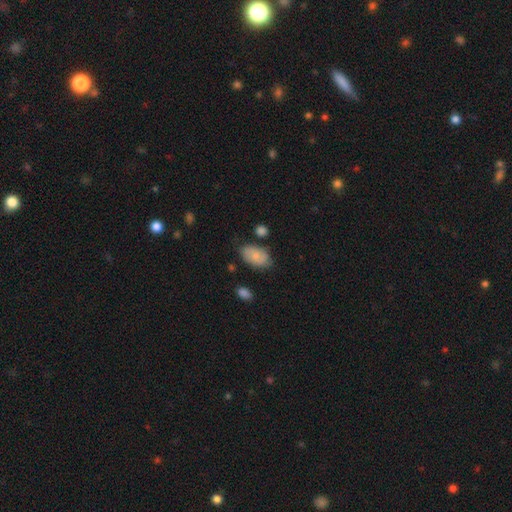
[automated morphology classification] The model was most divided on "merging": none: 67%, minor disturbance: 23%, major disturbance: 5%, merger: 5%. More confident: how rounded — in between (92%); smooth or featured — smooth (75%).